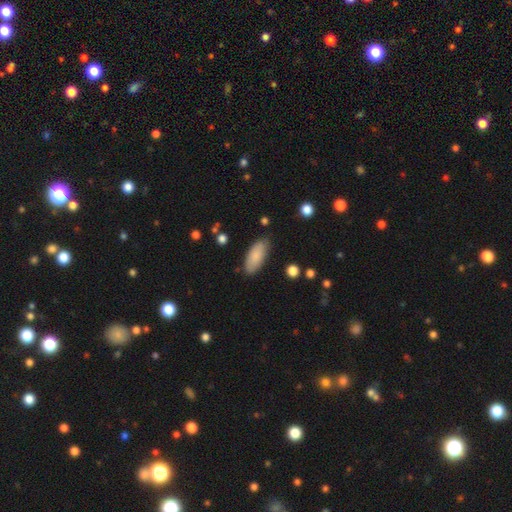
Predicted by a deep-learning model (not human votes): smooth 85%, featured or disk 8%, star or artifact 6%. Down the decision tree: how rounded — in between (84%); merging — none (83%).